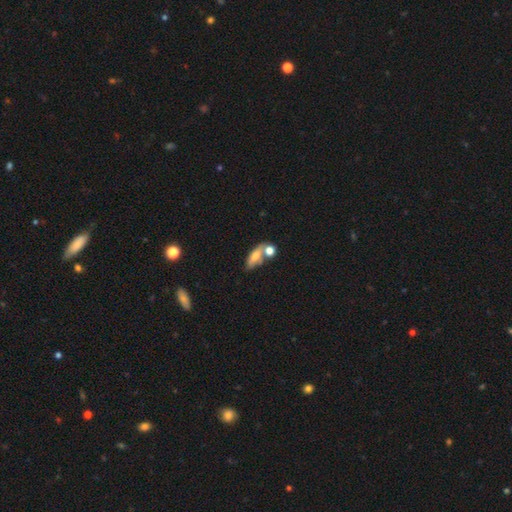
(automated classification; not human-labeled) smooth 63%, featured or disk 27%, star or artifact 9%. Down the decision tree: how rounded — in between (65%); merging — none (46%).